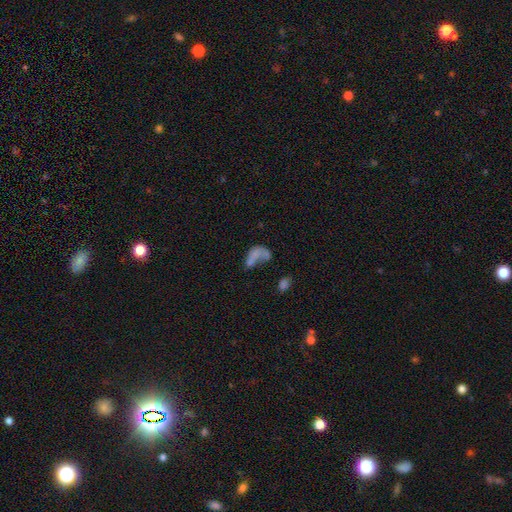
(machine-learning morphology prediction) Overall: smooth (56%; featured or disk 30%). How rounded: in between (83%). Merging: merger (41%; major disturbance 28%).